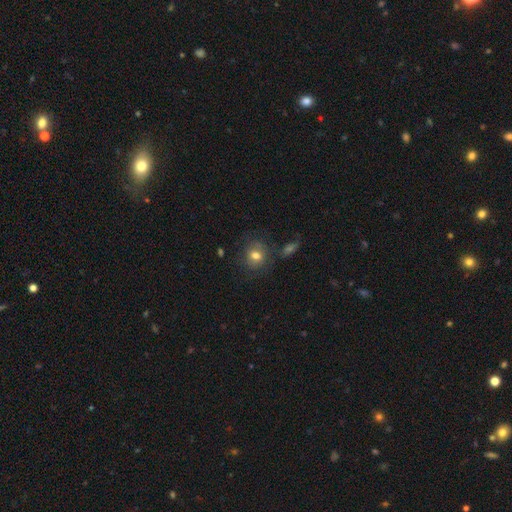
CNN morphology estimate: smooth 73%, featured or disk 16%, star or artifact 12%. Down the decision tree: how rounded — round (72%); merging — none (72%).